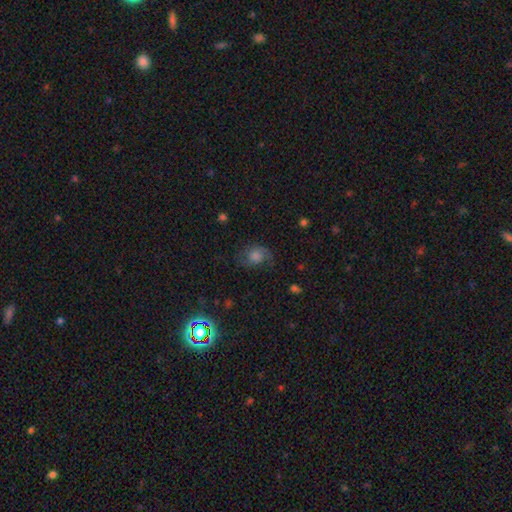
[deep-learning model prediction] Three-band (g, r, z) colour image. It shows a featured or disk galaxy (42%). Merging: none (63%).